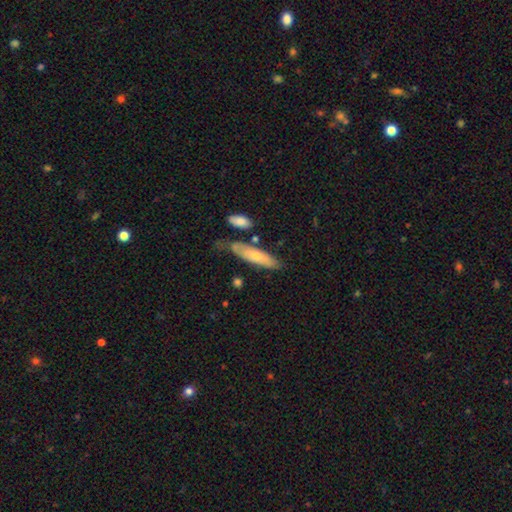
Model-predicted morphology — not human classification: smooth_or_featured: smooth (p=0.62) [alt: featured or disk p=0.32]
how_rounded: cigar-shaped (p=0.66) [alt: in between p=0.32]
merging: none (p=0.63) [alt: minor disturbance p=0.22]